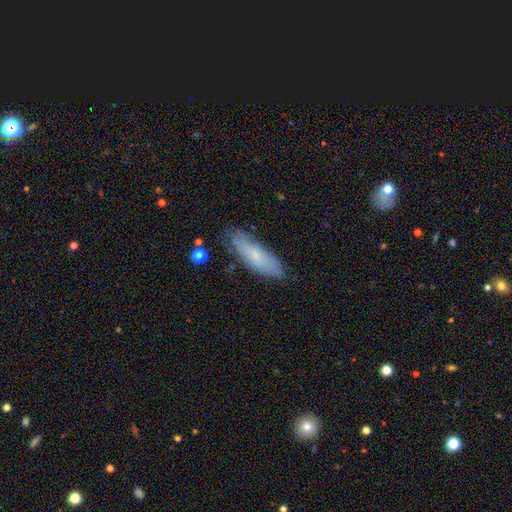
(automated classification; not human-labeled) Q: Smooth or featured?
A: smooth (65%); runner-up: featured or disk (28%)
Q: How rounded?
A: in between (52%); runner-up: cigar-shaped (46%)
Q: Merging?
A: none (74%); runner-up: minor disturbance (20%)